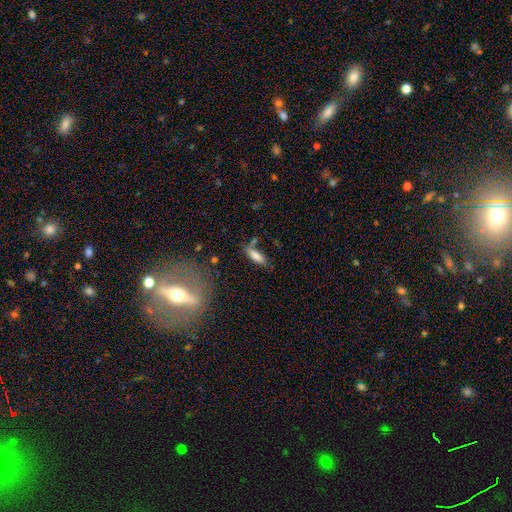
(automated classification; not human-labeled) smooth_or_featured: smooth (p=0.77) [alt: featured or disk p=0.15]
how_rounded: in between (p=0.55) [alt: cigar-shaped p=0.43]
merging: none (p=0.56) [alt: minor disturbance p=0.22]